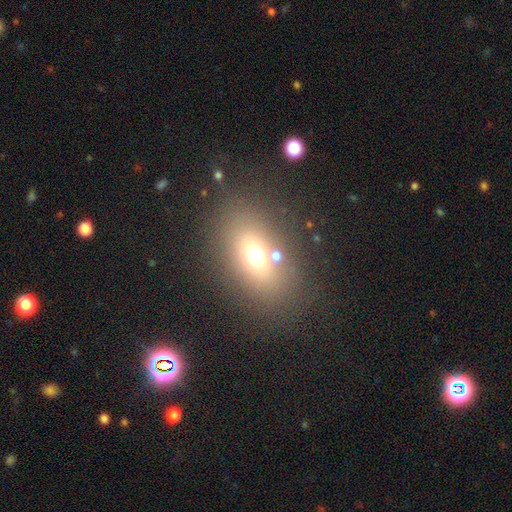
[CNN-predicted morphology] smooth 64%, star or artifact 18%, featured or disk 17%. Down the decision tree: how rounded — in between (71%); merging — none (74%).